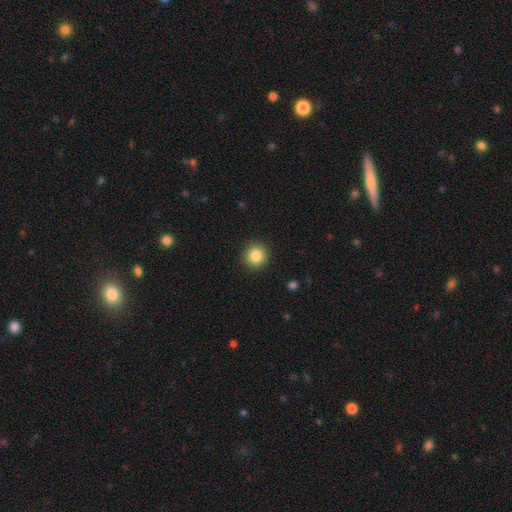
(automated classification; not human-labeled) The model was most divided on "smooth or featured": smooth: 86%, star or artifact: 9%, featured or disk: 5%. More confident: how rounded — round (92%); merging — none (92%).